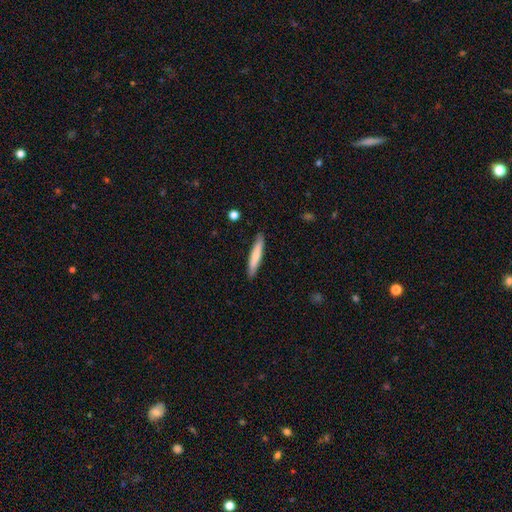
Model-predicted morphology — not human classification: Smooth or featured? Predicted: smooth (p=0.72). How rounded? Predicted: cigar-shaped (p=0.92). Merging? Predicted: none (p=0.89).